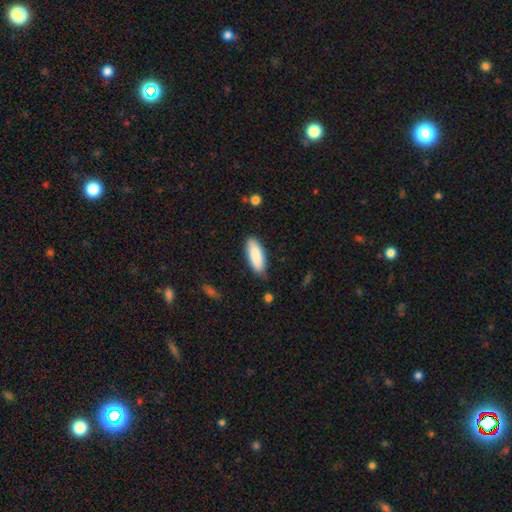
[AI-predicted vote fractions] smooth_or_featured: smooth (p=0.87) [alt: featured or disk p=0.07]
how_rounded: in between (p=0.69) [alt: cigar-shaped p=0.29]
merging: none (p=0.82) [alt: minor disturbance p=0.14]